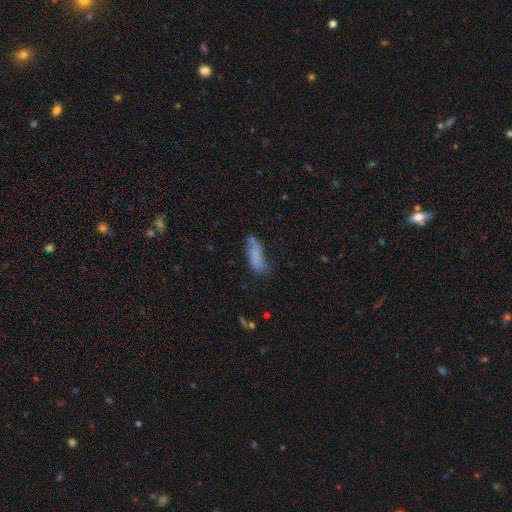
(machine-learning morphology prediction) A smooth galaxy with no disk features (65%) that is in between round and cigar-shaped (61%).

Vote fractions:
- Smooth or featured? smooth: 65% / featured or disk: 23% / star or artifact: 12%
- How rounded? in between: 61% / cigar-shaped: 37% / round: 3%
- Merging? none: 39% / minor disturbance: 29% / major disturbance: 22% / merger: 10%